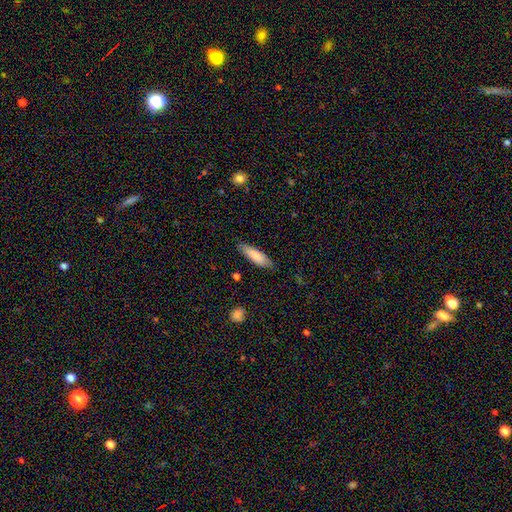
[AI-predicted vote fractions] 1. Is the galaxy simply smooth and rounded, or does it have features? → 82% smooth, 13% featured or disk, 6% star or artifact.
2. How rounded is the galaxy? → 57% cigar-shaped, 41% in between, 1% round.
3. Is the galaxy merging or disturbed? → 84% none, 12% minor disturbance, 2% major disturbance, 1% merger.